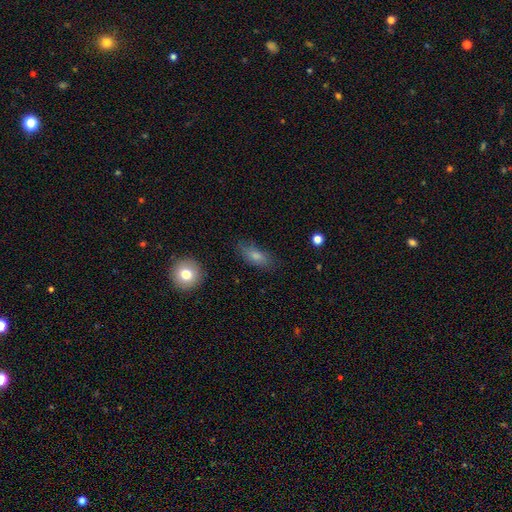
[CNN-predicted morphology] Smooth or featured? smooth (78%)
How rounded? in between (76%)
Merging? none (76%)